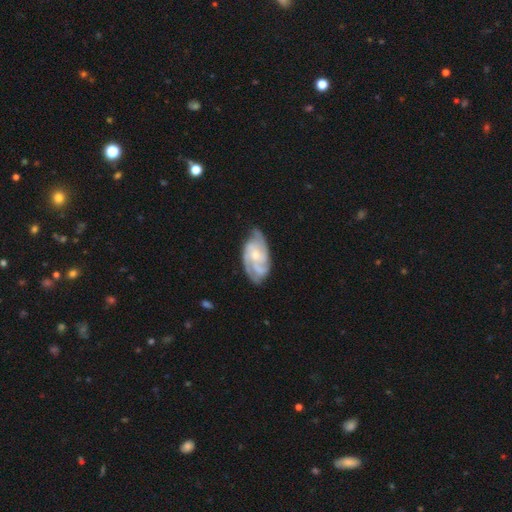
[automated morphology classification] This is clearly a featured or disk galaxy (85%). It is clearly not viewed edge-on (97%). Bar: likely no (64%). Spiral arm pattern: clearly yes (97%). Spiral arm count: marginally 3 (45%). Spiral winding: possibly tight (49%). Central bulge: possibly small (51%). Merging: likely none (68%).